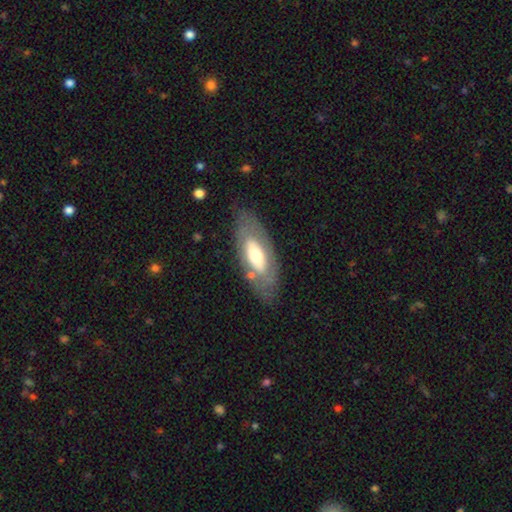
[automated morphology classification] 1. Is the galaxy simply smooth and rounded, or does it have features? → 50% featured or disk, 45% smooth, 6% star or artifact.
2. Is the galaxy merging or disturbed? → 75% none, 15% minor disturbance, 7% major disturbance, 3% merger.